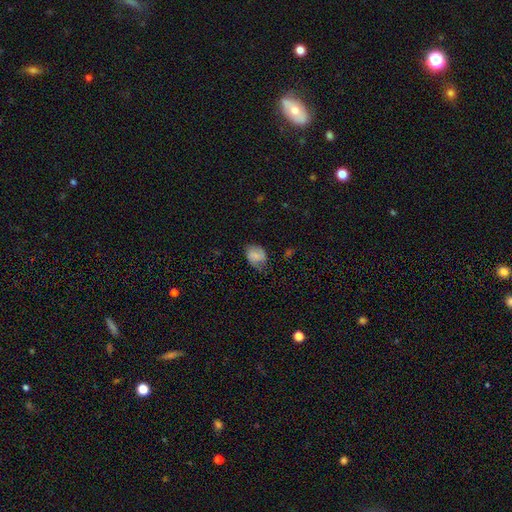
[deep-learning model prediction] This appears to be a smooth galaxy with no disk features (68%) that is in between round and cigar-shaped (60%). Merging: none (60%).